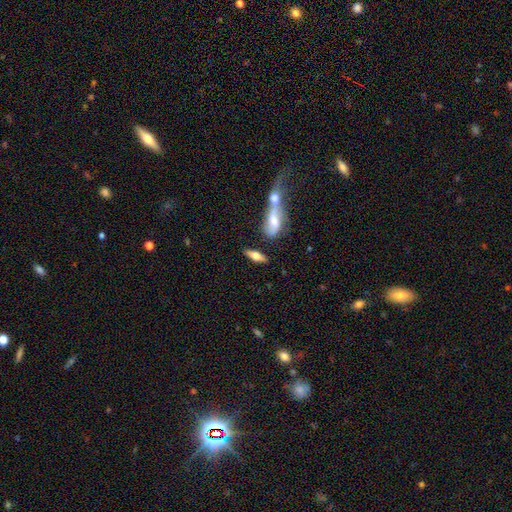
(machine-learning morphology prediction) A smooth galaxy with no disk features (51%) that is in between round and cigar-shaped (57%). Merging: none (67%).